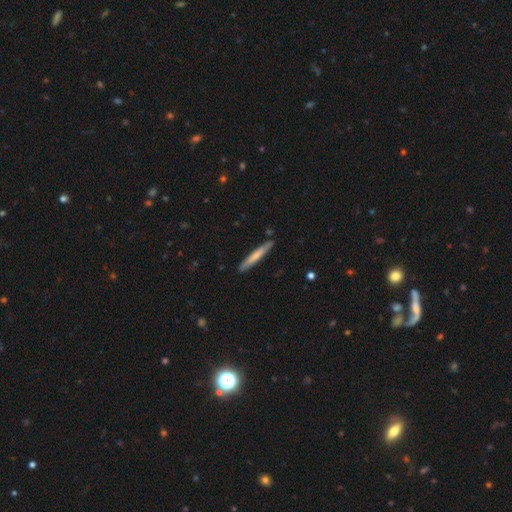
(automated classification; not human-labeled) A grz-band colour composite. It shows a smooth galaxy with no disk features (64%) that is cigar-shaped (96%). Merging: none (88%).